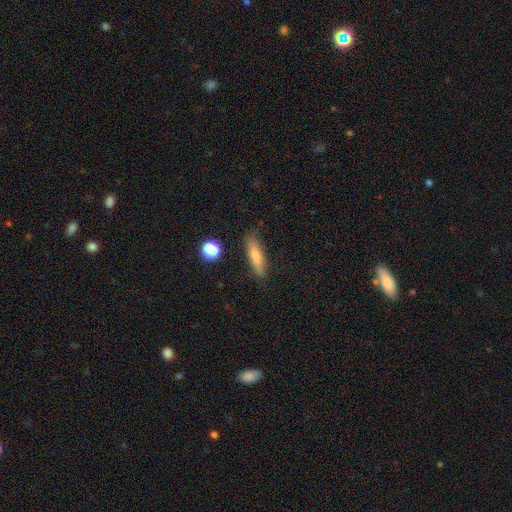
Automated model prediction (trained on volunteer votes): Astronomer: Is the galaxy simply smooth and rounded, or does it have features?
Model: smooth — 61%.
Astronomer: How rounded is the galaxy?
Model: cigar-shaped — 78%.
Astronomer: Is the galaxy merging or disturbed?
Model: none — 83%.